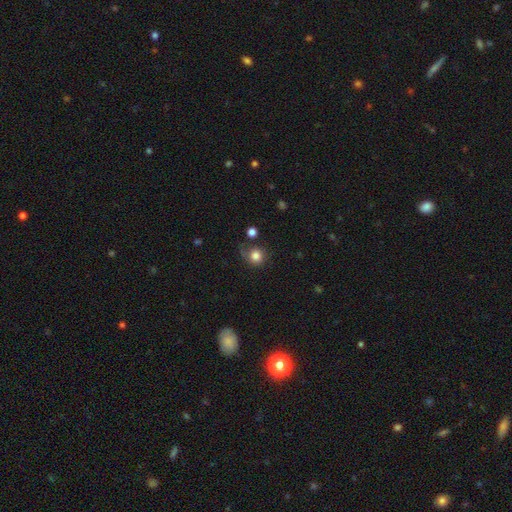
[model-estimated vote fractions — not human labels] smooth_or_featured: smooth (p=0.82) [alt: star or artifact p=0.11]
how_rounded: round (p=0.89) [alt: in between p=0.11]
merging: none (p=0.69) [alt: minor disturbance p=0.18]